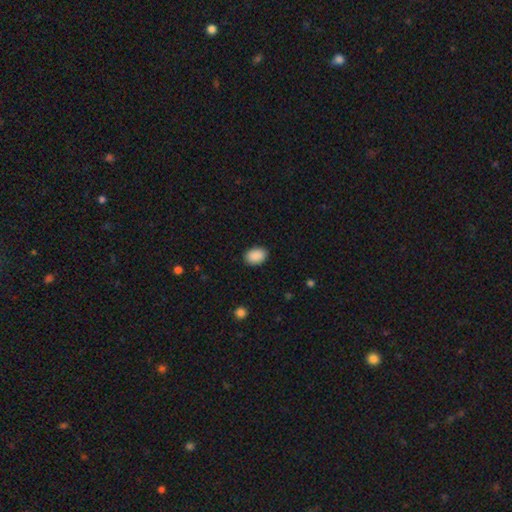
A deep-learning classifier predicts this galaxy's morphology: This is clearly a smooth galaxy (90%). How rounded: clearly in between (81%). Merging: clearly none (88%).